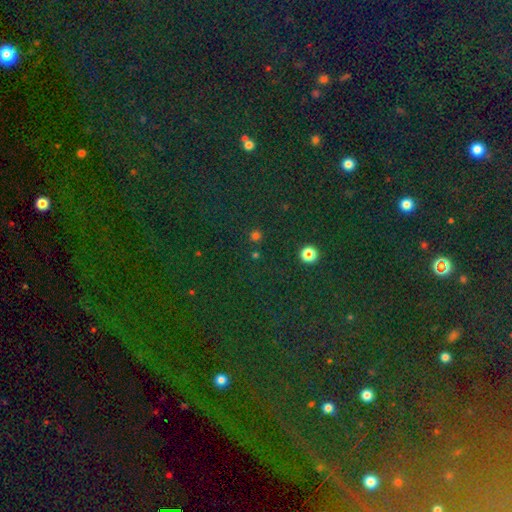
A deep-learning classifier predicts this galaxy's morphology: Smooth or featured? smooth (51%)
How rounded? round (88%)
Merging? none (85%)